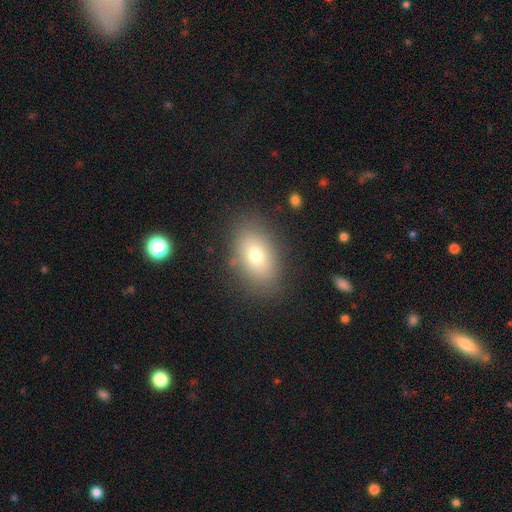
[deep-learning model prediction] Smooth or featured? smooth (72%)
How rounded? in between (85%)
Merging? none (84%)